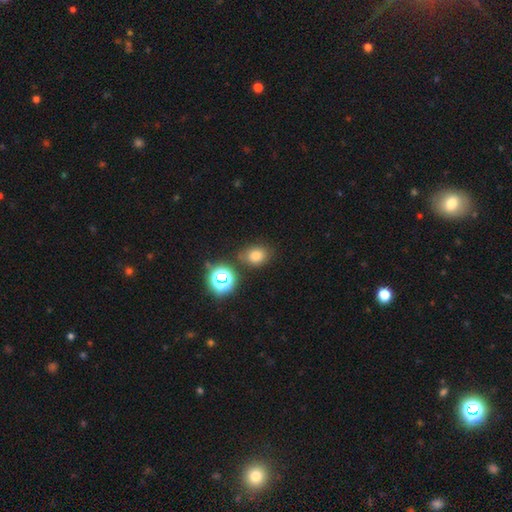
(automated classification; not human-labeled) This appears to be a smooth galaxy with no disk features (72%) that is round (54%). Merging: none (75%).